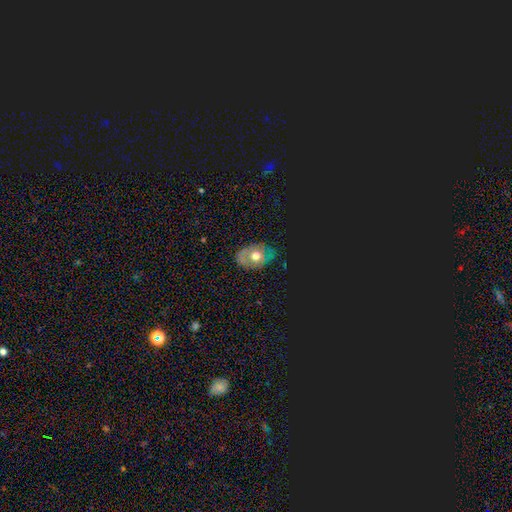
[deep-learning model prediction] Overall: smooth (47%; featured or disk 37%). Merging: none (72%).